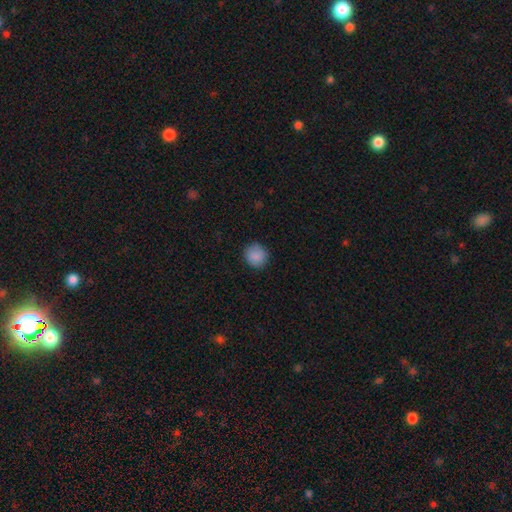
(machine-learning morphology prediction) smooth_or_featured: smooth (p=0.88) [alt: star or artifact p=0.08]
how_rounded: round (p=0.87) [alt: in between p=0.12]
merging: none (p=0.85) [alt: minor disturbance p=0.12]